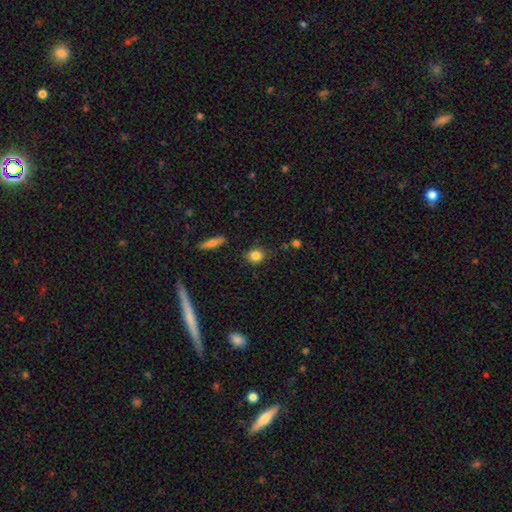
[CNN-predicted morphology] Smooth or featured?
  - smooth: 85% *
  - star or artifact: 9%
  - featured or disk: 6%
How rounded?
  - round: 69% *
  - in between: 28%
  - cigar-shaped: 2%
Merging?
  - none: 82% *
  - minor disturbance: 13%
  - major disturbance: 3%
  - merger: 2%